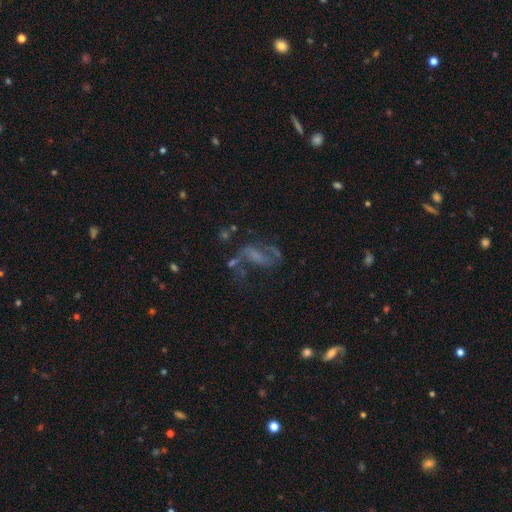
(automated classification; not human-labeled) featured or disk 60%, smooth 20%, star or artifact 19%. Down the decision tree: edge-on disk — no (94%); bar — no (38%); spiral arms — yes (71%); bulge size — none (51%); merging — none (39%).